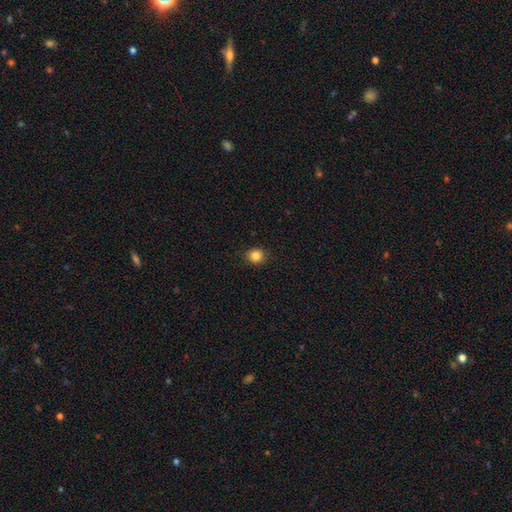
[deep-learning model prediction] Smooth or featured? Predicted: smooth (p=0.85). How rounded? Predicted: round (p=0.84). Merging? Predicted: none (p=0.91).